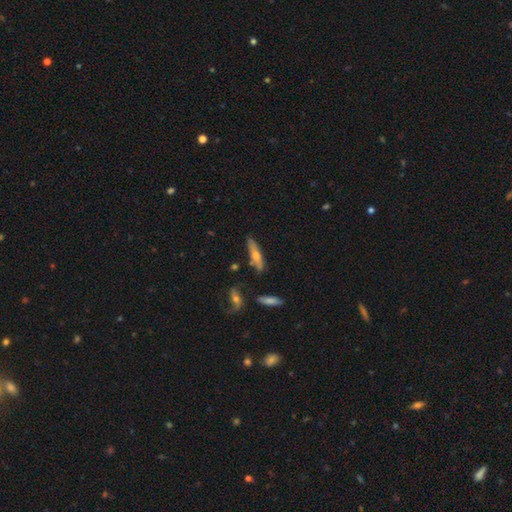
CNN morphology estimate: A smooth galaxy with no disk features (47%).

Vote fractions:
- Smooth or featured? smooth: 47% / featured or disk: 46% / star or artifact: 8%
- Merging? none: 74% / minor disturbance: 17% / merger: 5% / major disturbance: 4%